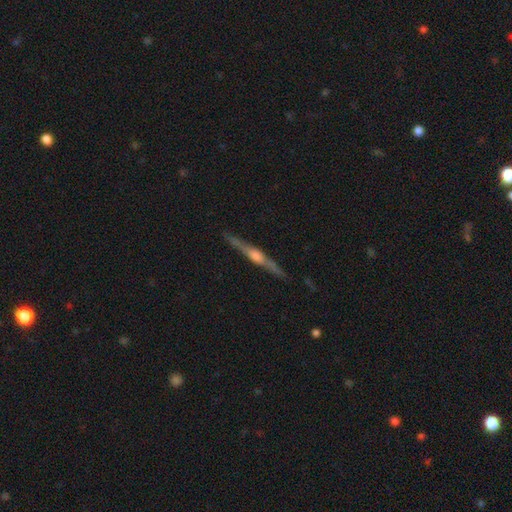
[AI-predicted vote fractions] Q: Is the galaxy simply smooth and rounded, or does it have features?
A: featured or disk — 85%.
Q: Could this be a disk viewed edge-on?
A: yes — 98%.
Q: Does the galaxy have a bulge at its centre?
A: rounded — 83%.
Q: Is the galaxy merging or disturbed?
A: none — 90%.